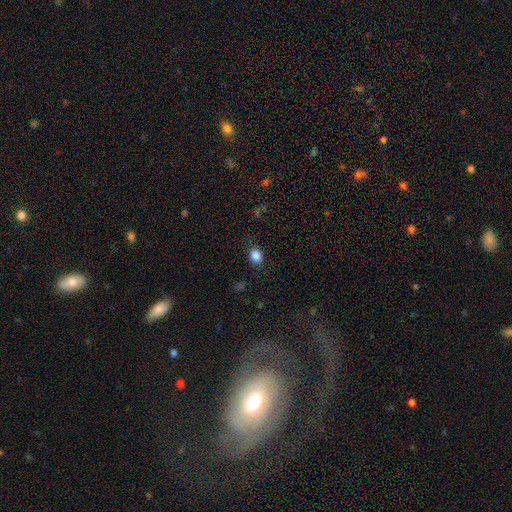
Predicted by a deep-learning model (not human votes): The model was most divided on "how rounded": in between: 50%, round: 49%, cigar-shaped: 1%. More confident: smooth or featured — smooth (85%); merging — none (82%).